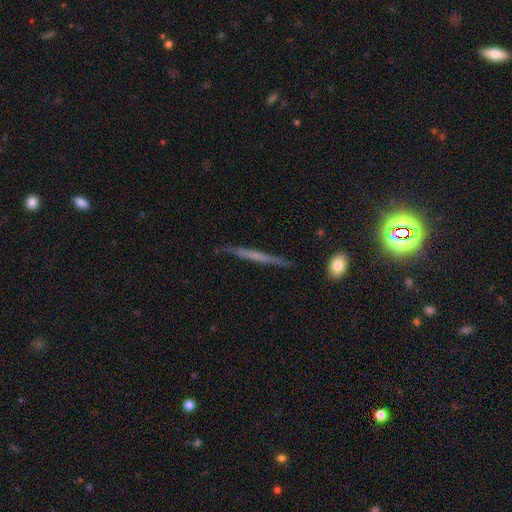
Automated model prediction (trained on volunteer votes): Overall: featured or disk (55%; smooth 37%). Edge-on disk: yes (95%). Edge-on bulge: none (82%). Merging: none (84%).